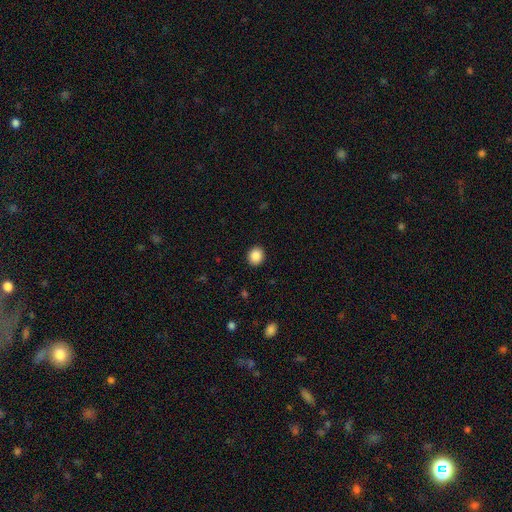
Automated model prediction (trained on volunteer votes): Smooth or featured? Predicted: smooth (p=0.88). How rounded? Predicted: round (p=0.79). Merging? Predicted: none (p=0.92).